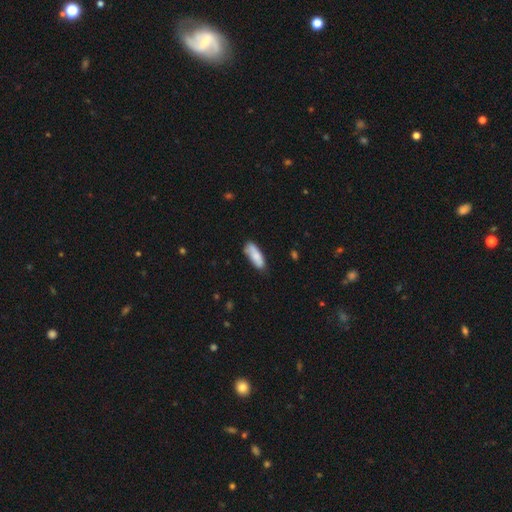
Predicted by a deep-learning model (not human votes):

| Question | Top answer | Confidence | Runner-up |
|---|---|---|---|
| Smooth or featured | smooth | 80% | featured or disk (14%) |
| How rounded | in between | 65% | cigar-shaped (33%) |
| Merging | none | 68% | minor disturbance (24%) |